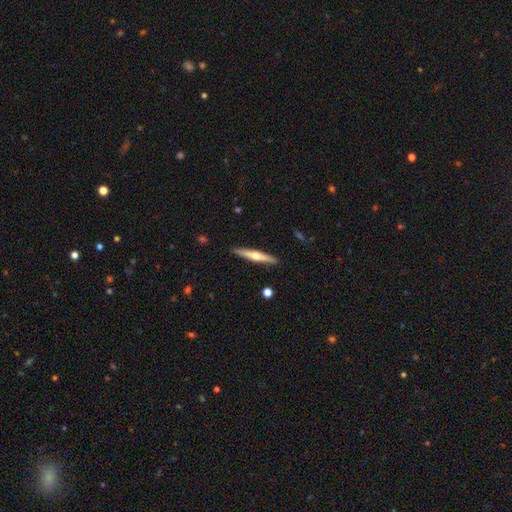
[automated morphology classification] This appears to be a featured or disk galaxy (56%) viewed edge-on (96%) with a rounded central bulge (85%). Merging: none (90%).